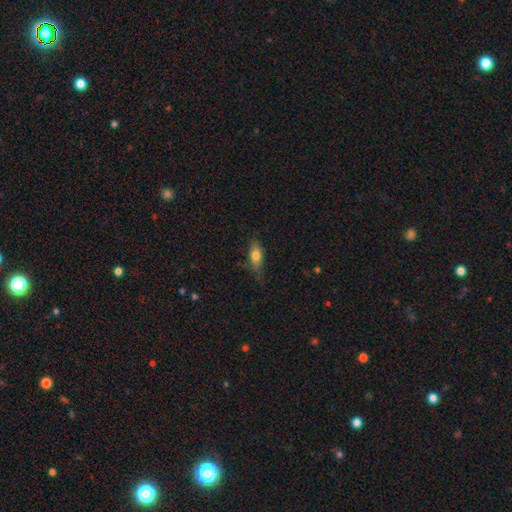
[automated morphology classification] The model was most divided on "merging": none: 63%, minor disturbance: 28%, major disturbance: 7%, merger: 2%. More confident: smooth or featured — smooth (72%); how rounded — in between (69%).